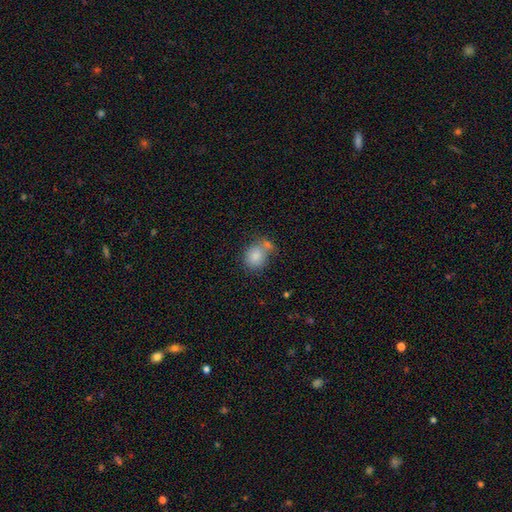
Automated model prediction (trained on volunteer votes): Smooth or featured? Predicted: smooth (p=0.82). How rounded? Predicted: round (p=0.59). Merging? Predicted: none (p=0.44).